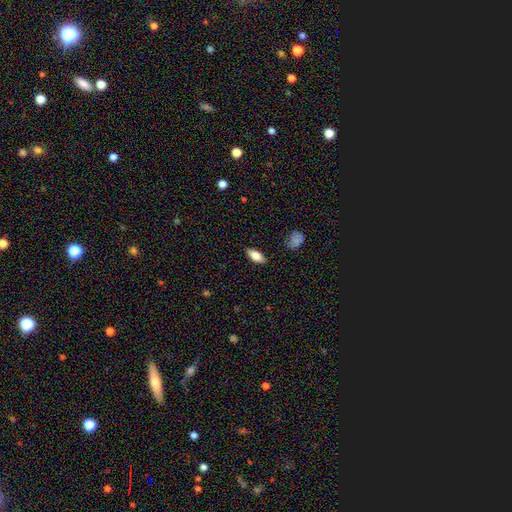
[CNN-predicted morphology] type=smooth (75%); roundness=in between (83%); merging=none (87%).